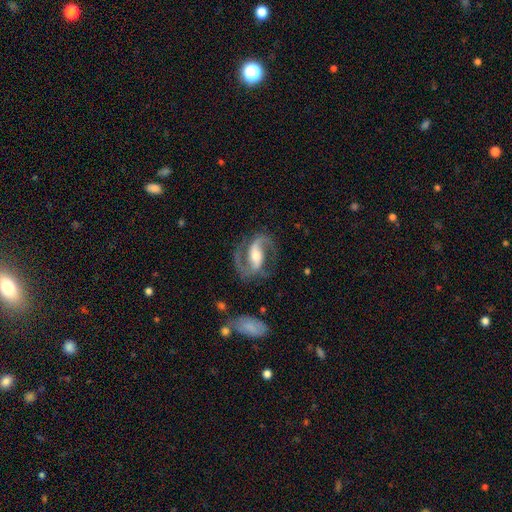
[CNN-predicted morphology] The model was most divided on "bar": strong: 48%, weak: 33%, no: 19%. More confident: spiral arms — yes (97%); edge-on disk — no (97%); spiral arm count — 2 (92%); smooth or featured — featured or disk (90%); merging — none (76%); bulge size — moderate (62%); spiral winding — medium (56%).